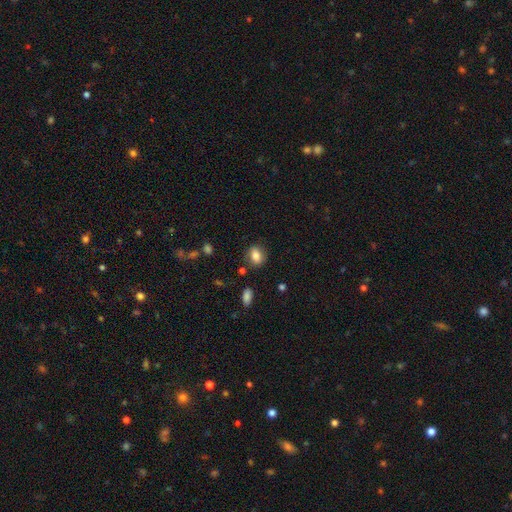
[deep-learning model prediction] A smooth galaxy with no disk features (82%) that is in between round and cigar-shaped (65%).

Vote fractions:
- Smooth or featured? smooth: 82% / star or artifact: 9% / featured or disk: 9%
- How rounded? in between: 65% / round: 33% / cigar-shaped: 2%
- Merging? none: 81% / minor disturbance: 12% / major disturbance: 3% / merger: 3%